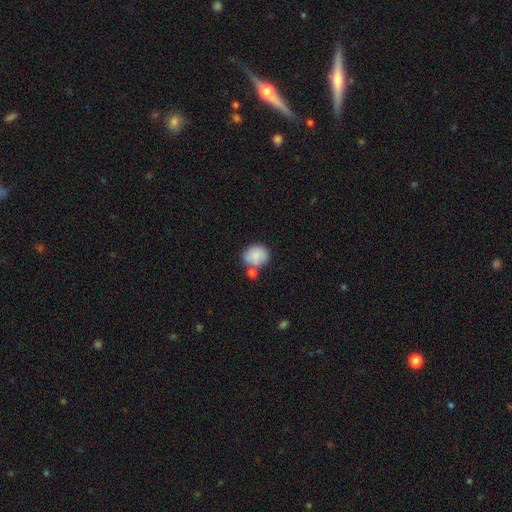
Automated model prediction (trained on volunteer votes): Q: Smooth or featured?
A: smooth (85%); runner-up: featured or disk (8%)
Q: How rounded?
A: round (68%); runner-up: in between (31%)
Q: Merging?
A: none (54%); runner-up: merger (25%)